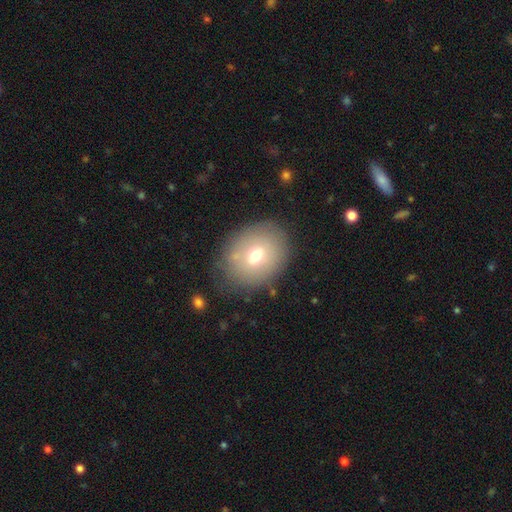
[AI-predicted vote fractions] A smooth galaxy with no disk features (66%) that is round (54%). Merging: none (77%).